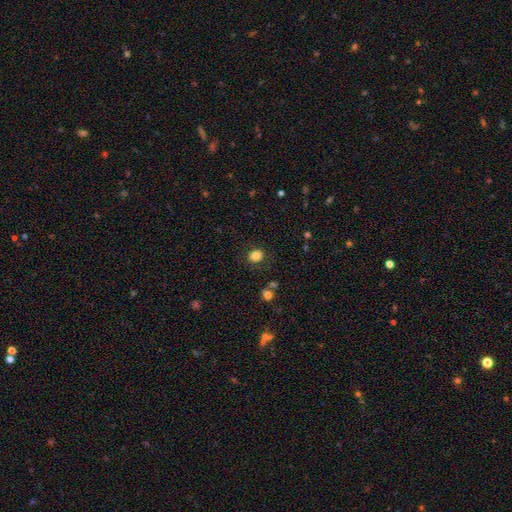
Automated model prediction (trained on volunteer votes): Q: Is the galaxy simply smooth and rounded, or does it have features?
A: smooth — 82%.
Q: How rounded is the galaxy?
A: round — 55%.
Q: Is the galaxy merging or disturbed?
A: none — 83%.